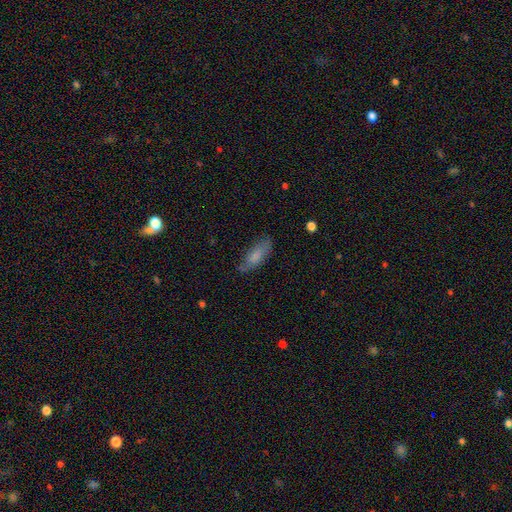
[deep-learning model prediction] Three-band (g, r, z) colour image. It shows a smooth galaxy with no disk features (73%) that is in between round and cigar-shaped (70%). Merging: none (66%).